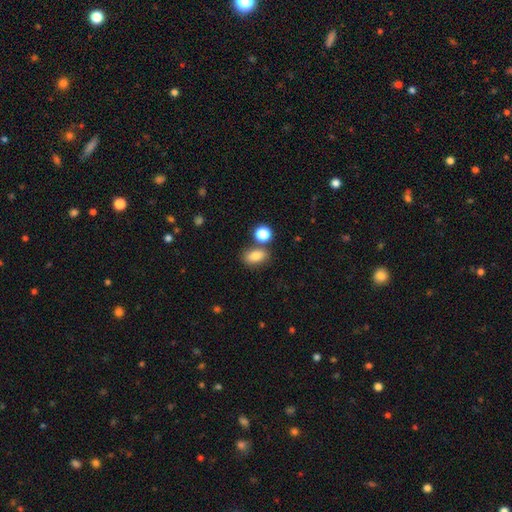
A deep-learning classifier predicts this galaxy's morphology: Smooth or featured? smooth (81%)
How rounded? in between (78%)
Merging? none (68%)